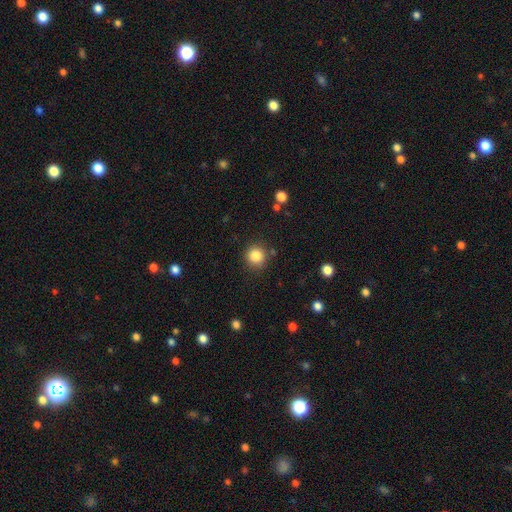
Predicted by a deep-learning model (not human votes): Morphology: type=smooth (85%); roundness=round (92%); merging=none (87%).